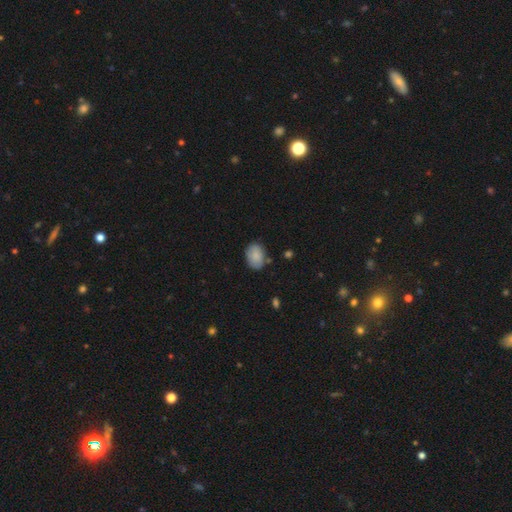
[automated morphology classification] A smooth galaxy with no disk features (84%) that is in between round and cigar-shaped (80%).

Vote fractions:
- Smooth or featured? smooth: 84% / featured or disk: 9% / star or artifact: 7%
- How rounded? in between: 80% / round: 19% / cigar-shaped: 1%
- Merging? none: 73% / minor disturbance: 20% / major disturbance: 4% / merger: 3%